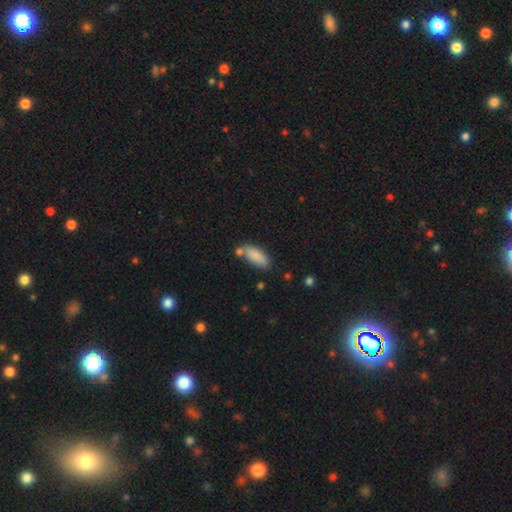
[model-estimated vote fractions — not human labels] Smooth or featured?
  - smooth: 86% *
  - featured or disk: 8%
  - star or artifact: 7%
How rounded?
  - in between: 81% *
  - cigar-shaped: 17%
  - round: 2%
Merging?
  - none: 65% *
  - minor disturbance: 17%
  - merger: 13%
  - major disturbance: 4%